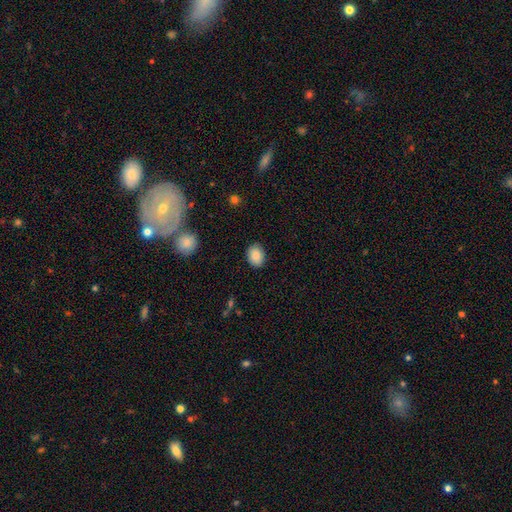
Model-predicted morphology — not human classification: Smooth or featured?
  - smooth: 86% *
  - star or artifact: 8%
  - featured or disk: 6%
How rounded?
  - in between: 60% *
  - round: 39%
  - cigar-shaped: 1%
Merging?
  - none: 87% *
  - minor disturbance: 10%
  - major disturbance: 2%
  - merger: 1%